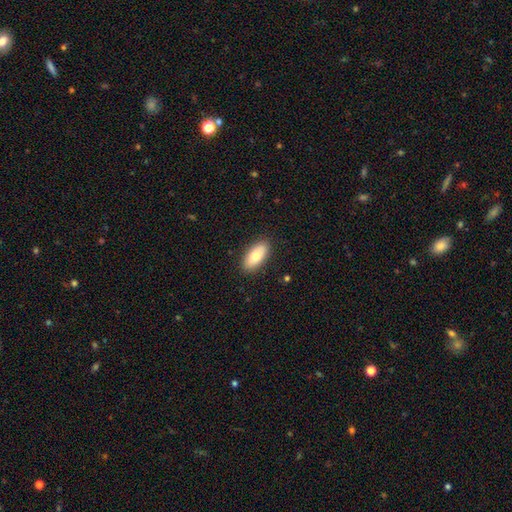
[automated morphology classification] A smooth galaxy with no disk features (78%) that is in between round and cigar-shaped (88%).

Vote fractions:
- Smooth or featured? smooth: 78% / featured or disk: 16% / star or artifact: 6%
- How rounded? in between: 88% / cigar-shaped: 9% / round: 2%
- Merging? none: 88% / minor disturbance: 9% / major disturbance: 2% / merger: 1%